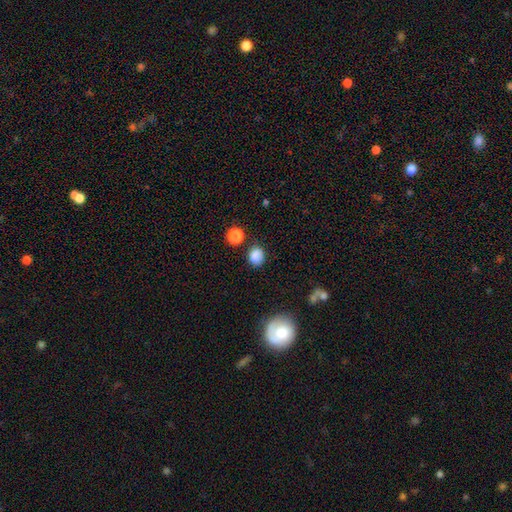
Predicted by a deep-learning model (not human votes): smooth 83%, star or artifact 12%, featured or disk 5%. Down the decision tree: how rounded — round (61%); merging — none (76%).